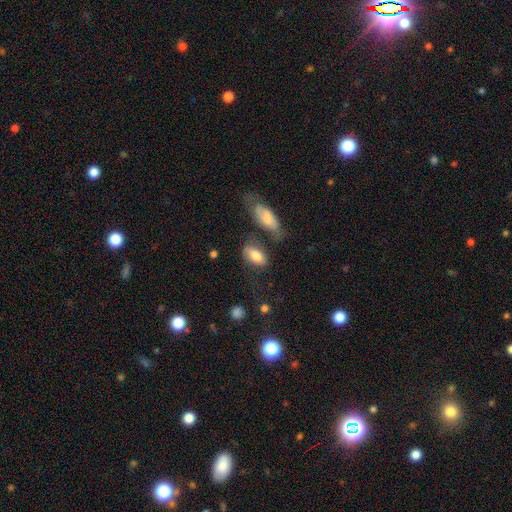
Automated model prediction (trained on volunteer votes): smooth 75%, featured or disk 17%, star or artifact 7%. Down the decision tree: how rounded — in between (90%); merging — none (52%).